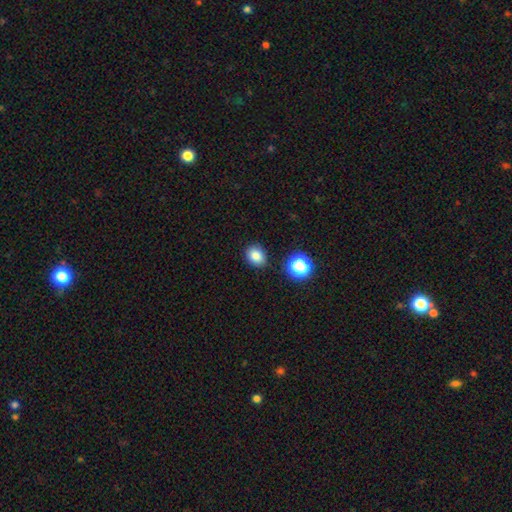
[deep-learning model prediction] Smooth or featured? smooth (82%)
How rounded? round (52%)
Merging? none (85%)